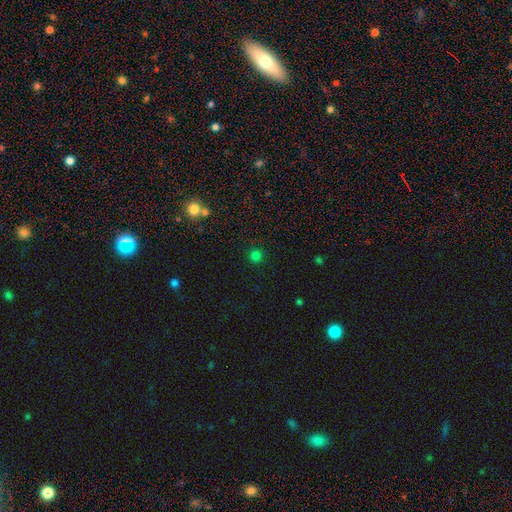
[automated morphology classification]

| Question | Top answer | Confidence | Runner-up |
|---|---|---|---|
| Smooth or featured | smooth | 76% | star or artifact (20%) |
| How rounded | round | 94% | in between (5%) |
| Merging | none | 89% | minor disturbance (6%) |